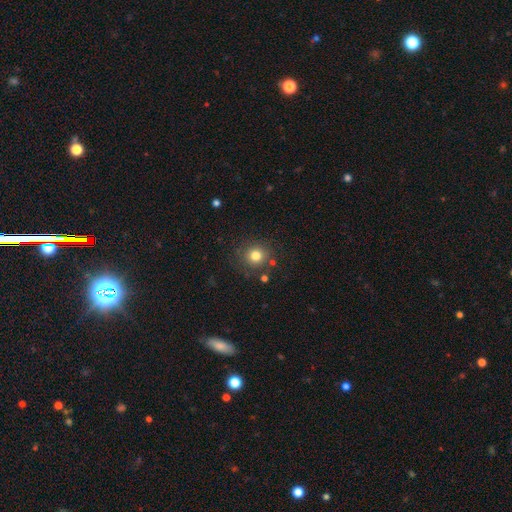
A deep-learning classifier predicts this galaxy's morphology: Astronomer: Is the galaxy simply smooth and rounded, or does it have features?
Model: smooth — 79%.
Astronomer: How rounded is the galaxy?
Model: round — 90%.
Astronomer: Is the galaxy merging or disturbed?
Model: none — 84%.